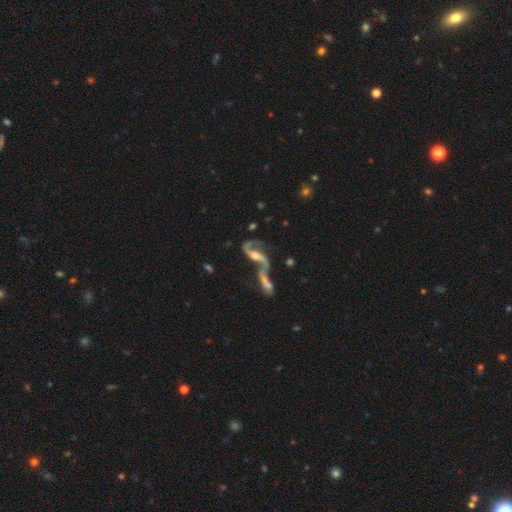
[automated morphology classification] Smooth or featured? Predicted: featured or disk (p=0.84). Edge-on disk? Predicted: no (p=0.94). Bar? Predicted: no (p=0.44). Spiral arms? Predicted: yes (p=0.92). Spiral winding? Predicted: loose (p=0.76). Spiral arm count? Predicted: 2 (p=0.86). Bulge size? Predicted: moderate (p=0.47). Merging? Predicted: merger (p=0.52).